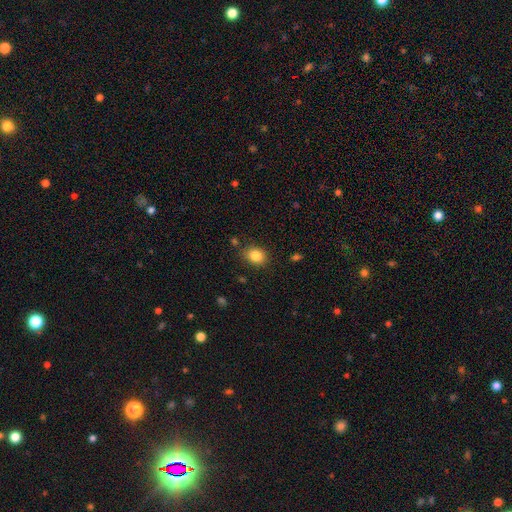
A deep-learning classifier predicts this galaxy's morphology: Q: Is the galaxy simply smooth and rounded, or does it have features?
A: smooth — 85%.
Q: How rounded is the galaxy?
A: in between — 53%.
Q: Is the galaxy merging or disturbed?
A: none — 84%.